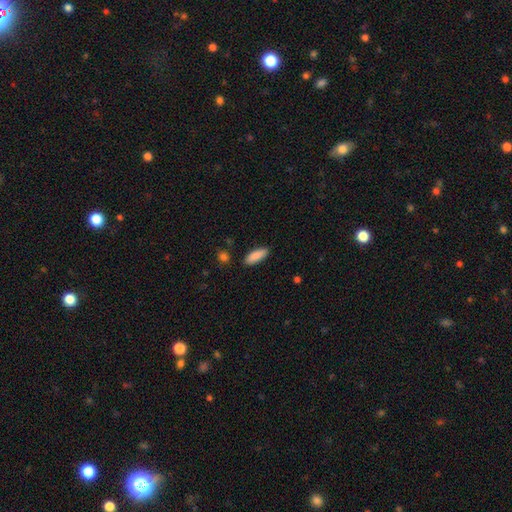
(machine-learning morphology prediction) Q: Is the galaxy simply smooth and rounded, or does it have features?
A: smooth — 89%.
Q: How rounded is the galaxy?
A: in between — 68%.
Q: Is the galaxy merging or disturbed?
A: none — 86%.